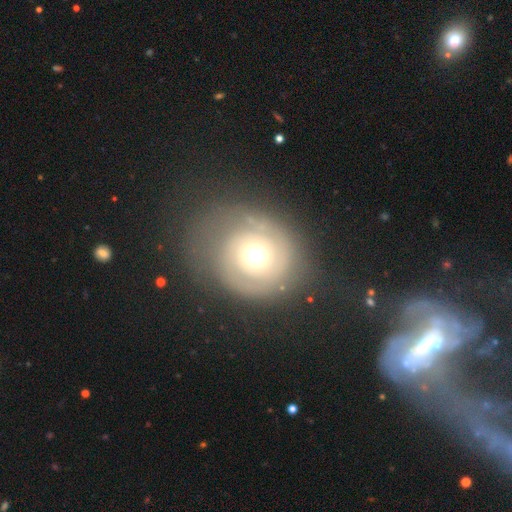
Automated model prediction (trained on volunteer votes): This appears to be a featured or disk galaxy (63%) with no bar (85%), spiral arms (70%) and a moderate central bulge (65%). Merging: none (60%).